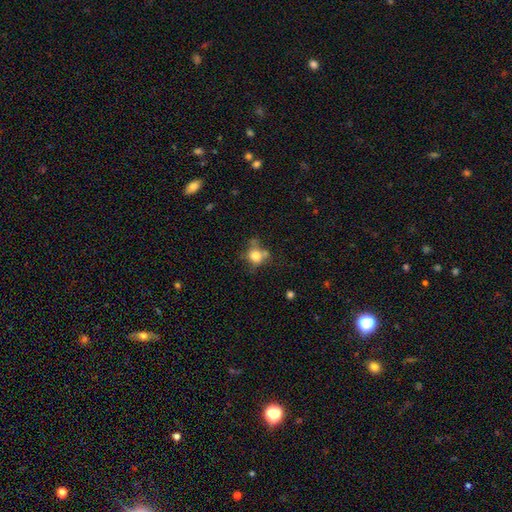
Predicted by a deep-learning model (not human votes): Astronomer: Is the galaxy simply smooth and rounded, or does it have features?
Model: smooth — 73%.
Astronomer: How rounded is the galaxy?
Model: round — 73%.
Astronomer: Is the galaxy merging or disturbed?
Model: none — 47%.